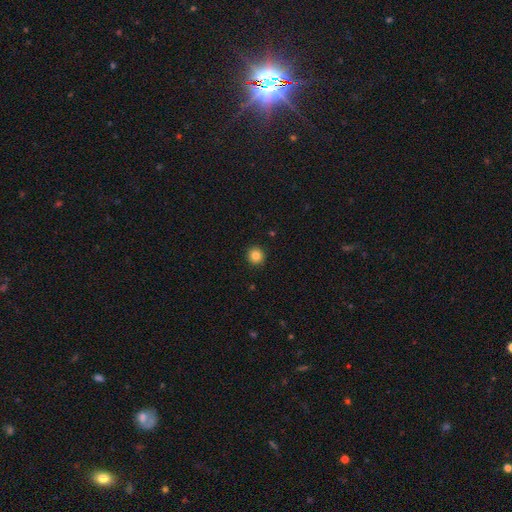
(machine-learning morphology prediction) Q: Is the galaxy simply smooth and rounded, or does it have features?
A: smooth — 84%.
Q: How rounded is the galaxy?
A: round — 93%.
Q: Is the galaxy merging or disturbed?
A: none — 93%.